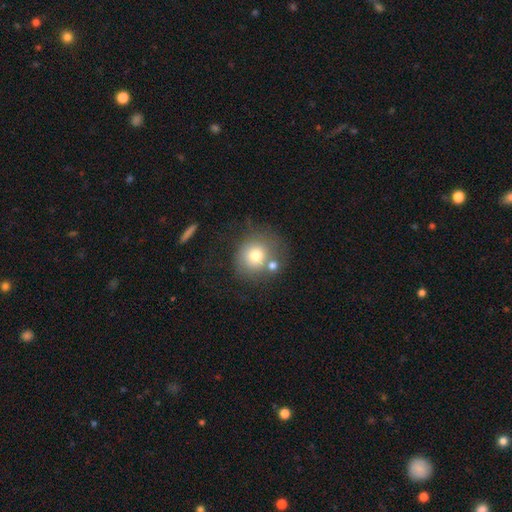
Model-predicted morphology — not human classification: The model was most divided on "merging": none: 52%, merger: 23%, minor disturbance: 16%, major disturbance: 9%. More confident: how rounded — round (85%); smooth or featured — smooth (72%).